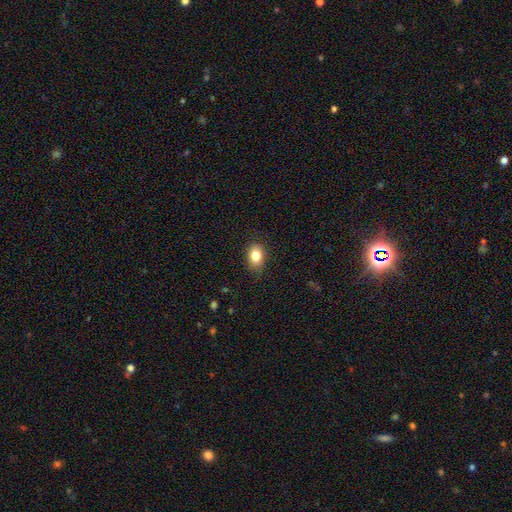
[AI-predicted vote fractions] Smooth or featured: smooth — 82% (star or artifact — 9%)
How rounded: in between — 72% (round — 27%)
Merging: none — 83% (minor disturbance — 13%)